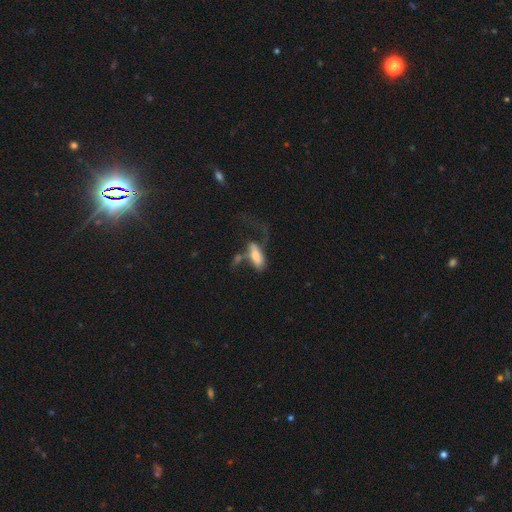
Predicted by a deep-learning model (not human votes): Smooth or featured? Predicted: smooth (p=0.57). How rounded? Predicted: in between (p=0.71). Merging? Predicted: major disturbance (p=0.41).